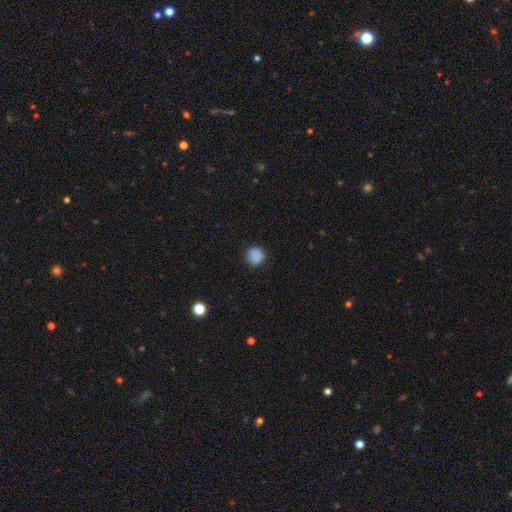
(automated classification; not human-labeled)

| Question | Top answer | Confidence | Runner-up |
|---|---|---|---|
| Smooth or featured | smooth | 87% | star or artifact (10%) |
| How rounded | round | 93% | in between (6%) |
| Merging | none | 88% | minor disturbance (9%) |